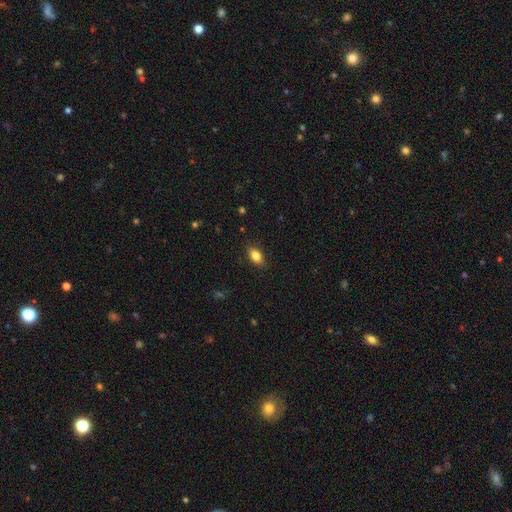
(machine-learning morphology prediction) smooth-or-featured: smooth: 83% | featured or disk: 9% | star or artifact: 8%
  how-rounded: in between: 88% | round: 9% | cigar-shaped: 3%
  merging: none: 86% | minor disturbance: 10% | major disturbance: 2% | merger: 1%